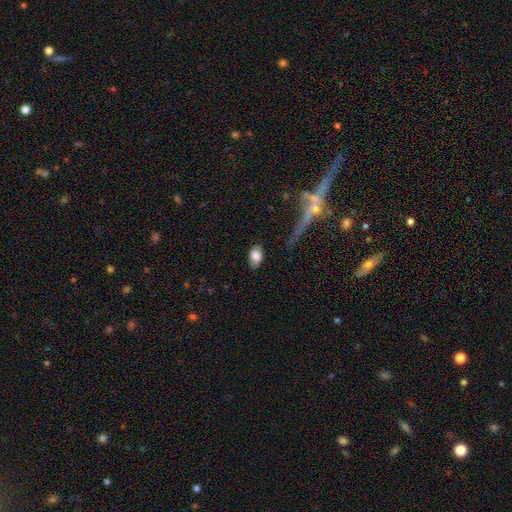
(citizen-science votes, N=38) smooth-or-featured: smooth: 84% | featured or disk: 13% | star or artifact: 3%
  how-rounded: in between: 88% | round: 12% | cigar-shaped: 0%
  merging: none: 68% | minor disturbance: 24% | major disturbance: 5% | merger: 3%